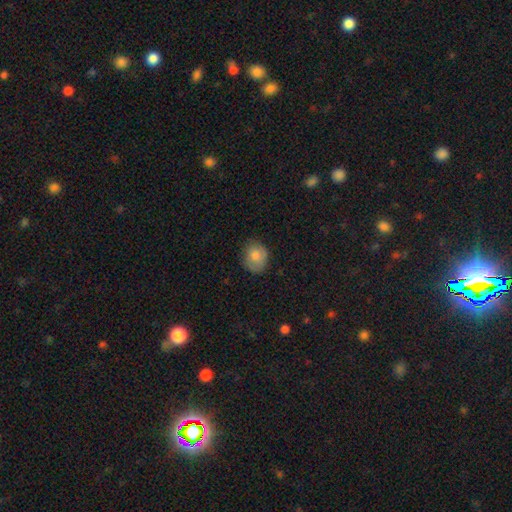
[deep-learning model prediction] A smooth galaxy with no disk features (78%) that is round (60%).

Vote fractions:
- Smooth or featured? smooth: 78% / featured or disk: 14% / star or artifact: 8%
- How rounded? round: 60% / in between: 39% / cigar-shaped: 1%
- Merging? none: 72% / minor disturbance: 22% / major disturbance: 5% / merger: 1%